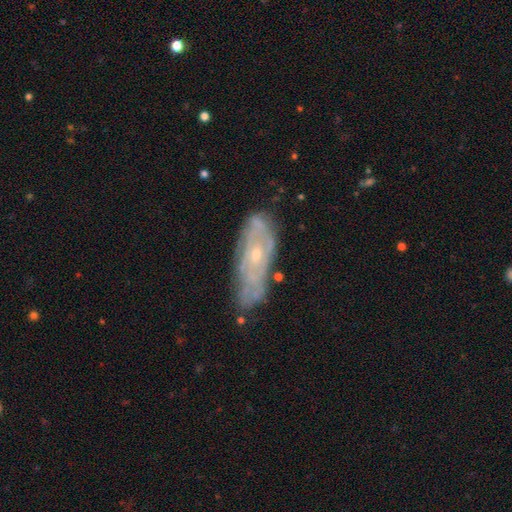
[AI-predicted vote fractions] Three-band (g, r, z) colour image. It shows a featured or disk galaxy (71%) with no bar (79%), spiral arms (66%) and a small central bulge (71%). Merging: none (68%).